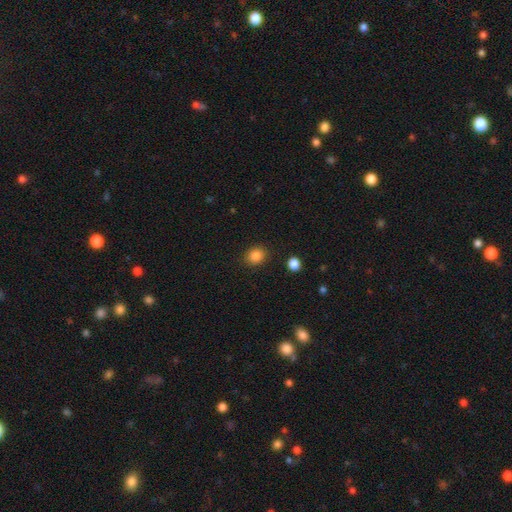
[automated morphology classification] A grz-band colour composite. It shows a smooth galaxy with no disk features (85%) that is round (69%). Merging: none (89%).